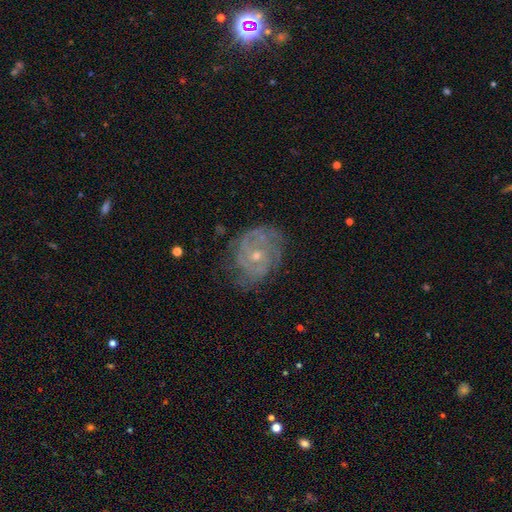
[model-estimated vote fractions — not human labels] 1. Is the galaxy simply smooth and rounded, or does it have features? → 80% featured or disk, 13% smooth, 8% star or artifact.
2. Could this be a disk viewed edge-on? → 97% no, 3% yes.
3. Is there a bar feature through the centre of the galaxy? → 74% no, 22% weak, 4% strong.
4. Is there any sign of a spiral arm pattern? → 89% yes, 11% no.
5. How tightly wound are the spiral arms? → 61% tight, 30% medium, 9% loose.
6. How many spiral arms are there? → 36% can't tell, 32% 2, 16% 3, 7% 4, 5% 1, 5% more than 4.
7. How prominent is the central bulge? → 59% small, 37% moderate, 1% none, 1% large, 1% dominant.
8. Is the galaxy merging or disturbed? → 67% none, 22% minor disturbance, 10% major disturbance, 1% merger.